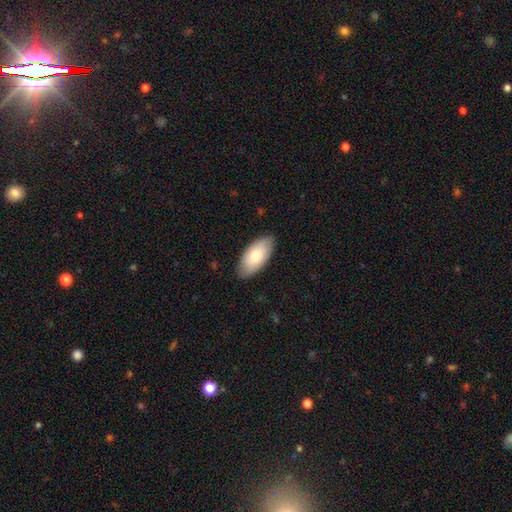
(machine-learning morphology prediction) smooth-or-featured: smooth: 75% | featured or disk: 20% | star or artifact: 5%
  how-rounded: in between: 93% | cigar-shaped: 5% | round: 2%
  merging: none: 86% | minor disturbance: 11% | major disturbance: 2% | merger: 1%